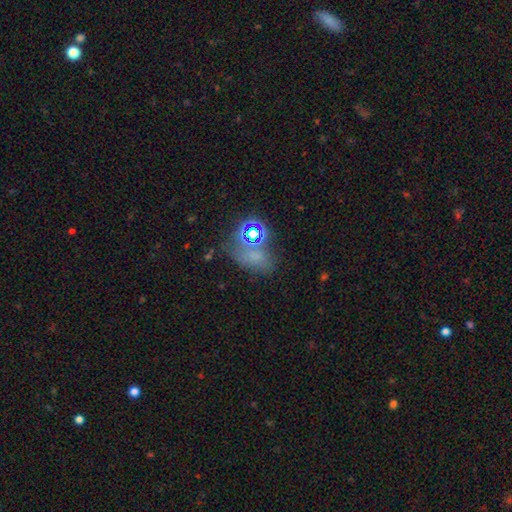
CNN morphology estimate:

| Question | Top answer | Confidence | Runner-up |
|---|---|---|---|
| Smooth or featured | smooth | 48% | star or artifact (37%) |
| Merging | none | 49% | merger (19%) |